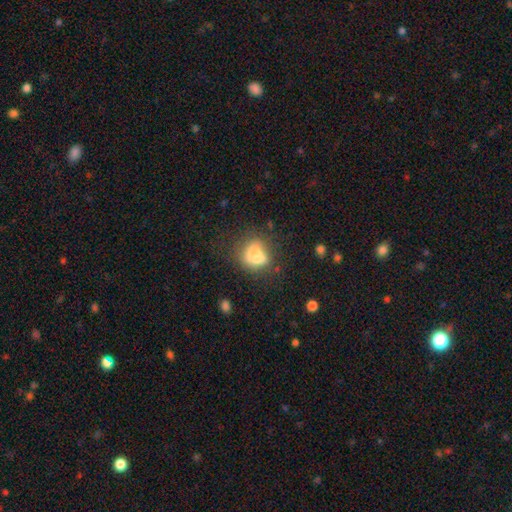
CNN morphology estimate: Overall: smooth (66%). How rounded: round (51%; in between 48%). Merging: none (35%; merger 24%).